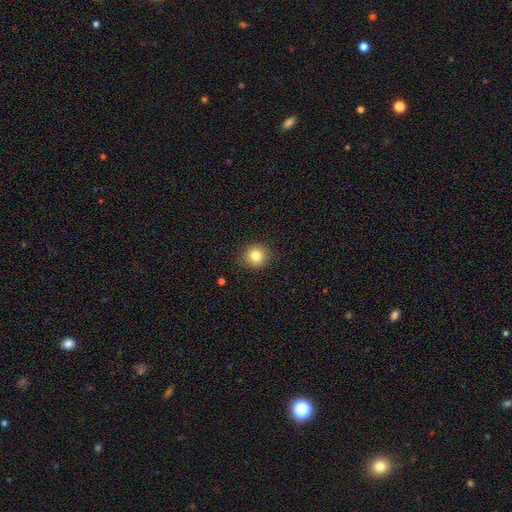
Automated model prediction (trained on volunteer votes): smooth-or-featured: smooth: 82% | star or artifact: 11% | featured or disk: 7%
  how-rounded: round: 89% | in between: 10% | cigar-shaped: 1%
  merging: none: 89% | minor disturbance: 8% | major disturbance: 2% | merger: 1%